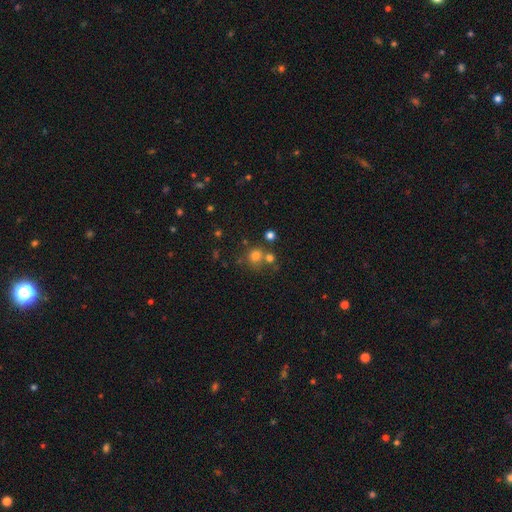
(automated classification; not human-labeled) This appears to be a smooth galaxy with no disk features (73%) that is round (87%). Merging: none (59%).